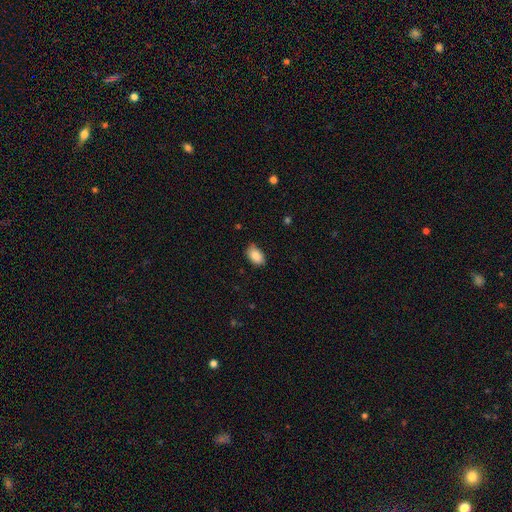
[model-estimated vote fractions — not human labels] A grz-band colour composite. It shows a smooth galaxy with no disk features (86%) that is in between round and cigar-shaped (92%). Merging: none (81%).